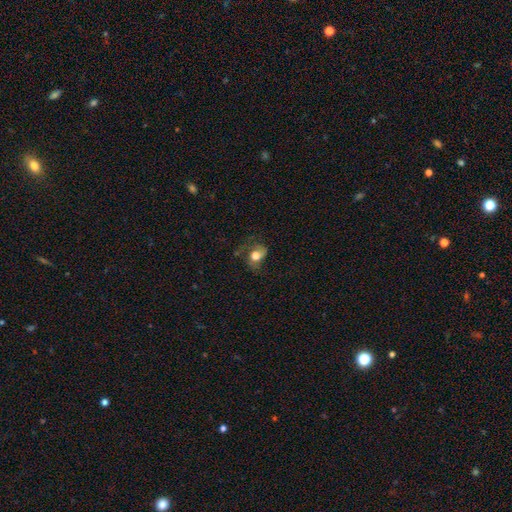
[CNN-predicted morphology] smooth_or_featured: smooth (p=0.60) [alt: featured or disk p=0.30]
how_rounded: in between (p=0.55) [alt: round p=0.43]
merging: none (p=0.43) [alt: major disturbance p=0.28]